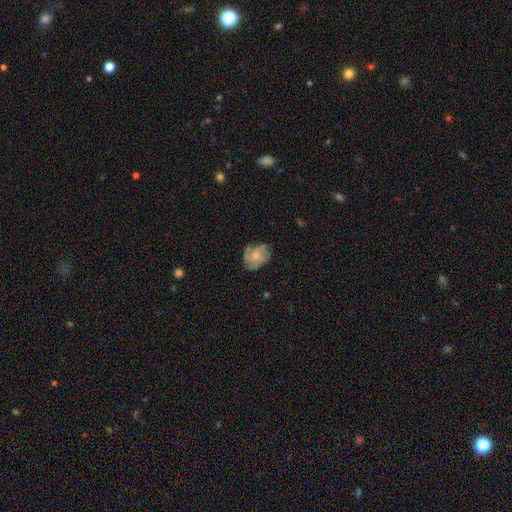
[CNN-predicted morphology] The model was most divided on "spiral winding": medium: 45%, tight: 39%, loose: 16%. Remaining: edge-on disk — no (98%); spiral arms — yes (89%); bar — no (77%); smooth or featured — featured or disk (69%); merging — none (67%); bulge size — small (54%); spiral arm count — 3 (36%).